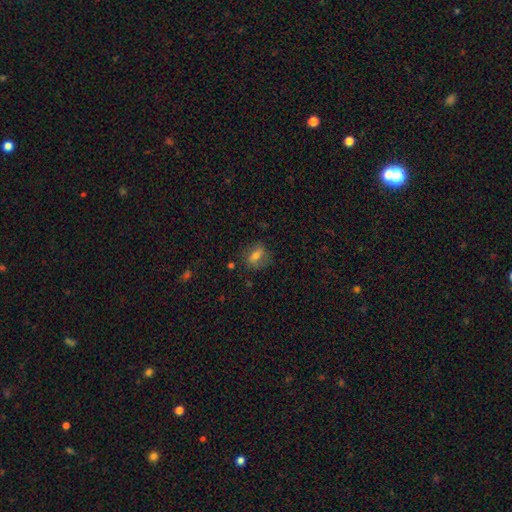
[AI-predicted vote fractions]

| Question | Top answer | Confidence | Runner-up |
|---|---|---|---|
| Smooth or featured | smooth | 62% | featured or disk (24%) |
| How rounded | in between | 56% | round (39%) |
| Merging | none | 72% | minor disturbance (18%) |